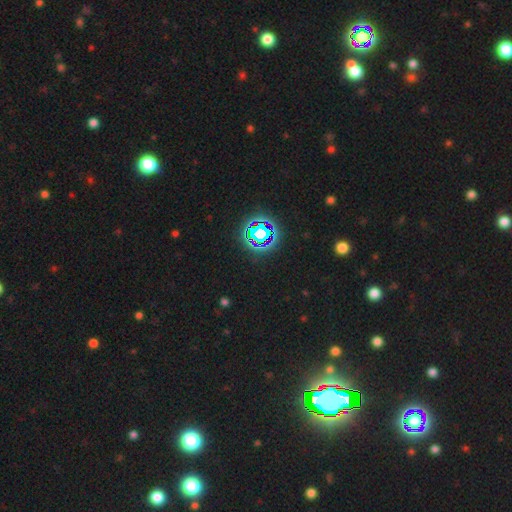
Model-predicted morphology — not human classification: This is clearly a star or artifact rather than a galaxy (80%).